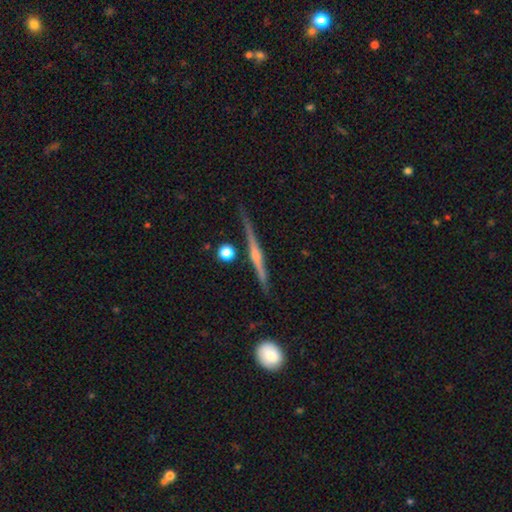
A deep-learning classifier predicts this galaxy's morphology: featured or disk 79%, smooth 14%, star or artifact 8%. Down the decision tree: edge-on disk — yes (97%); edge-on bulge — rounded (74%); merging — none (87%).